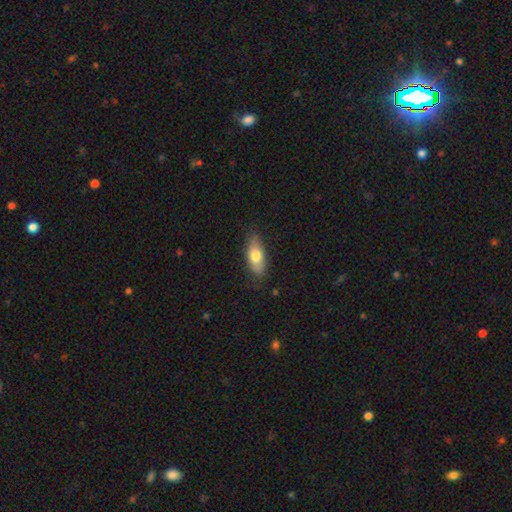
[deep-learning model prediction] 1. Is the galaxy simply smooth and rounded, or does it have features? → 71% smooth, 23% featured or disk, 6% star or artifact.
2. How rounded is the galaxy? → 79% in between, 17% cigar-shaped, 4% round.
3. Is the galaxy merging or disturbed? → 79% none, 17% minor disturbance, 3% major disturbance, 1% merger.